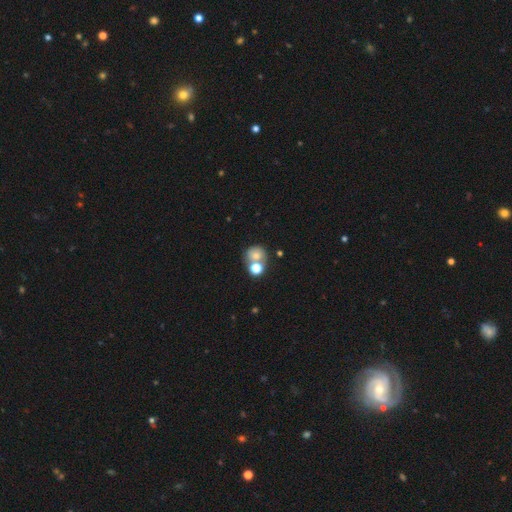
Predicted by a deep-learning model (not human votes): Smooth or featured? Predicted: smooth (p=0.70). How rounded? Predicted: round (p=0.79). Merging? Predicted: merger (p=0.43).